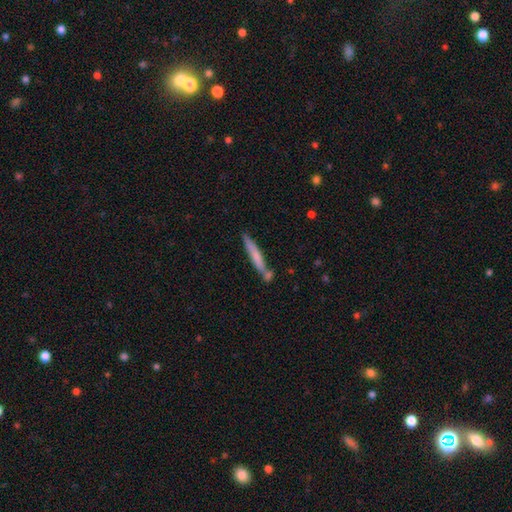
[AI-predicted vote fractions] The model was most divided on "smooth or featured": smooth: 64%, featured or disk: 30%, star or artifact: 6%. More confident: how rounded — cigar-shaped (95%); merging — none (70%).